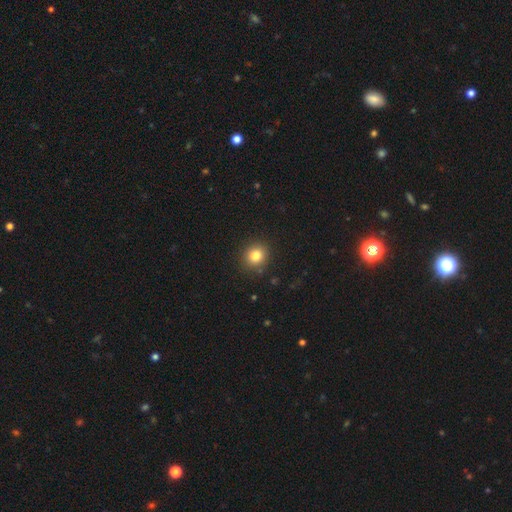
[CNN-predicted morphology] The model was most divided on "how rounded": round: 84%, in between: 15%, cigar-shaped: 1%. More confident: merging — none (89%); smooth or featured — smooth (82%).